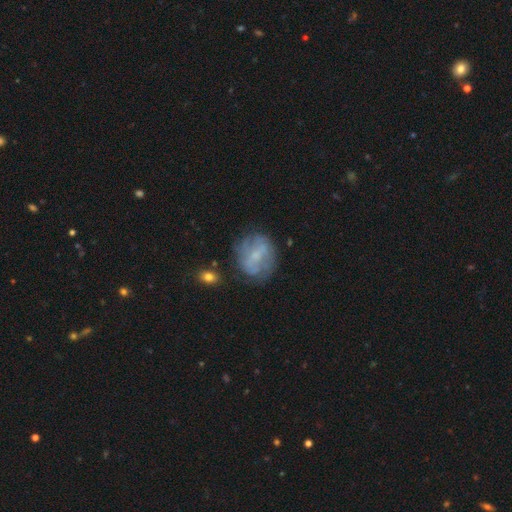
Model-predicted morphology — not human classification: Smooth or featured? featured or disk (57%)
Edge-on disk? no (97%)
Bar? no (45%)
Spiral arms? yes (60%)
Bulge size? small (49%)
Merging? none (64%)